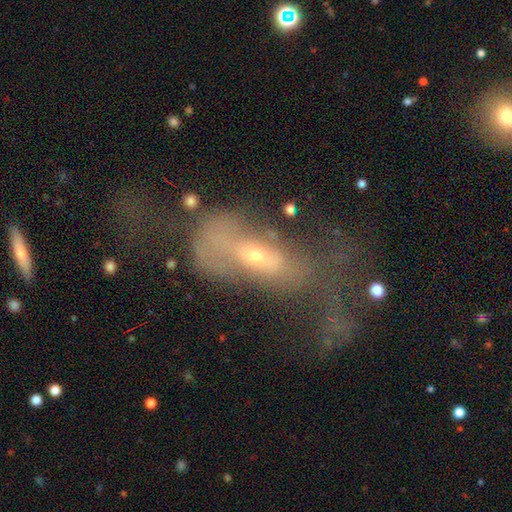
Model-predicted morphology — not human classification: smooth-or-featured: featured or disk: 47% | smooth: 41% | star or artifact: 13%
  merging: major disturbance: 60% | none: 14% | merger: 13% | minor disturbance: 13%